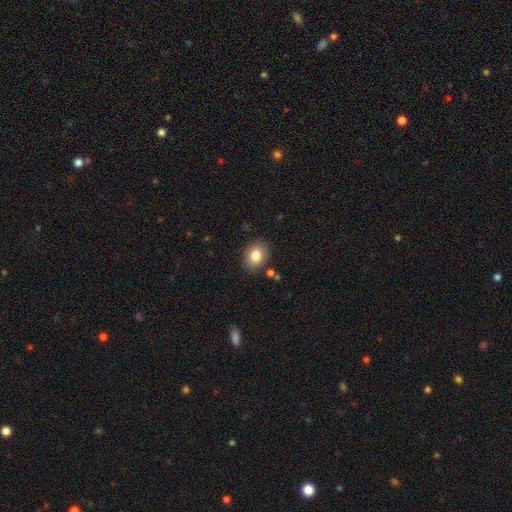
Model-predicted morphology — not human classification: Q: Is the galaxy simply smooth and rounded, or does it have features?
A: smooth — 83%.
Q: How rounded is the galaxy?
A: in between — 64%.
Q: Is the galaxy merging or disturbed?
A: none — 84%.